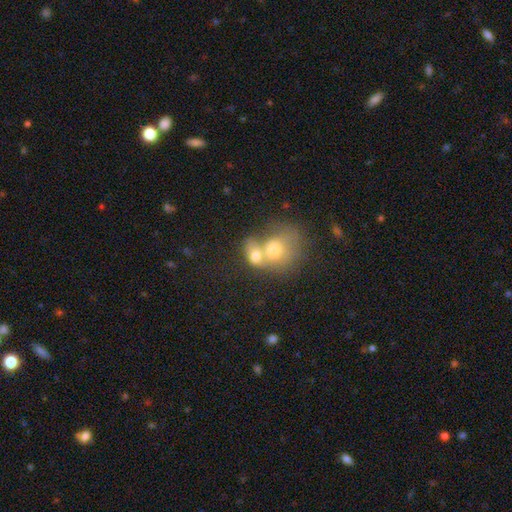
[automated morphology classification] smooth_or_featured: smooth (p=0.67) [alt: featured or disk p=0.23]
how_rounded: in between (p=0.50) [alt: round p=0.49]
merging: merger (p=0.74) [alt: none p=0.14]